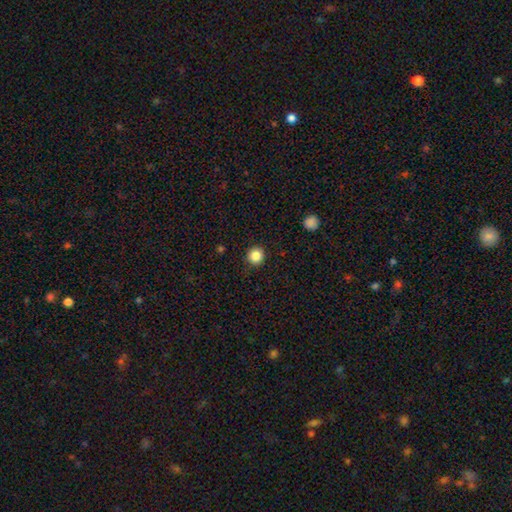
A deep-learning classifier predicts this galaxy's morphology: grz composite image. It shows a smooth galaxy with no disk features (86%) that is round (93%). Merging: none (91%).